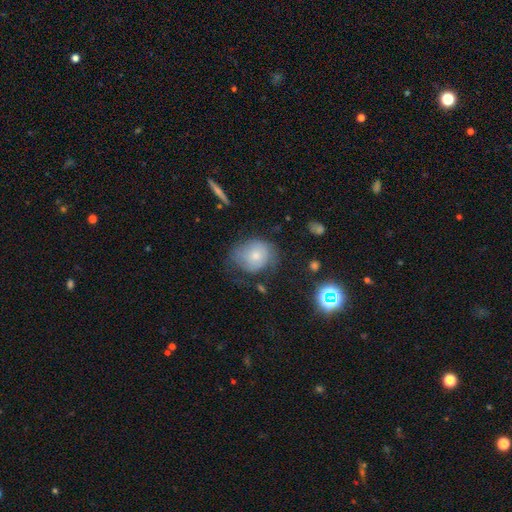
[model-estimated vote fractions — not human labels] This is likely a smooth galaxy (63%). How rounded: possibly round (59%). Merging: marginally none (43%).